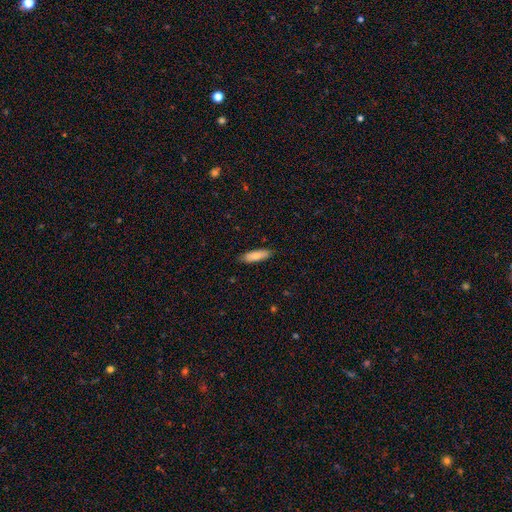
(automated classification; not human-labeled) smooth_or_featured: smooth (p=0.81) [alt: featured or disk p=0.13]
how_rounded: cigar-shaped (p=0.55) [alt: in between p=0.43]
merging: none (p=0.87) [alt: minor disturbance p=0.10]